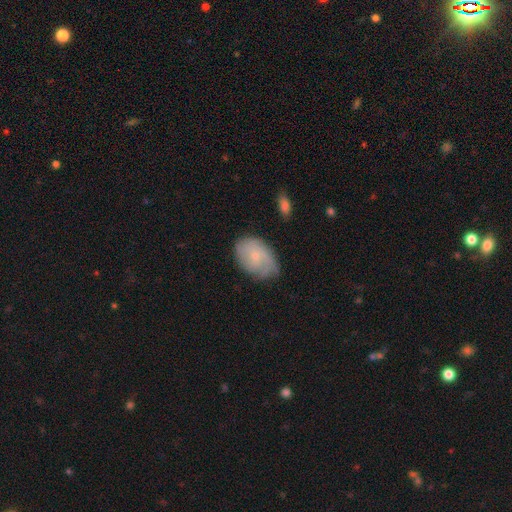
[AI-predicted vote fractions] A featured or disk galaxy (48%). Merging: none (63%).